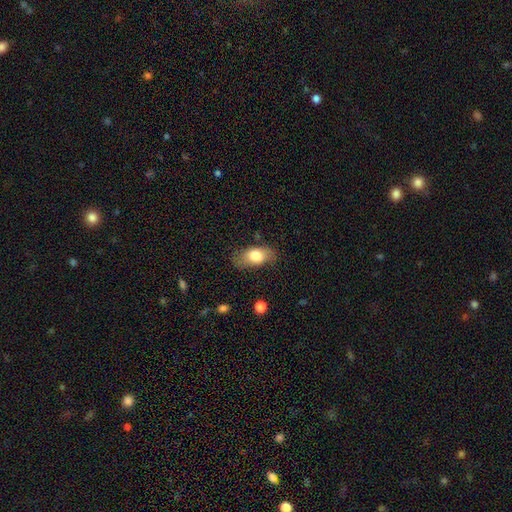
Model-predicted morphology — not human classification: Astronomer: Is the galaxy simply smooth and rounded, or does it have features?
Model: smooth — 75%.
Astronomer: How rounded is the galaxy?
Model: in between — 89%.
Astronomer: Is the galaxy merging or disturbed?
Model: none — 74%.